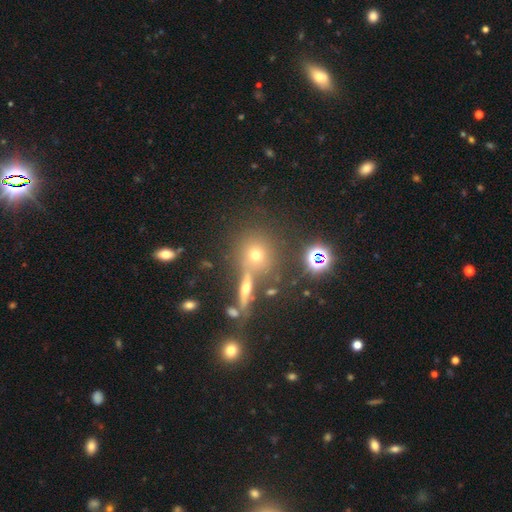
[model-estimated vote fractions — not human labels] Smooth or featured? Predicted: smooth (p=0.55). How rounded? Predicted: round (p=0.82). Merging? Predicted: none (p=0.67).